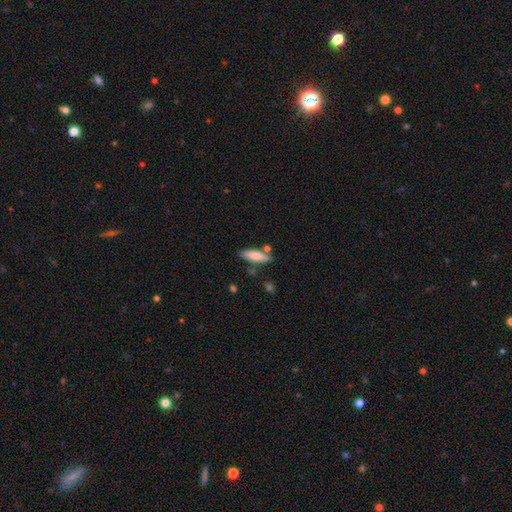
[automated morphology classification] A smooth galaxy with no disk features (78%) that is cigar-shaped (52%).

Vote fractions:
- Smooth or featured? smooth: 78% / featured or disk: 15% / star or artifact: 6%
- How rounded? cigar-shaped: 52% / in between: 46% / round: 2%
- Merging? none: 74% / minor disturbance: 14% / merger: 9% / major disturbance: 3%